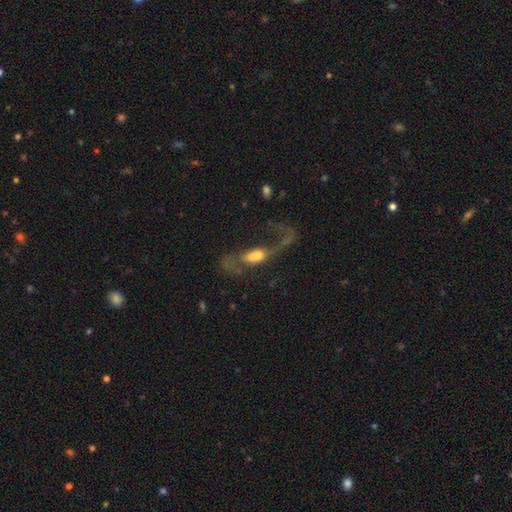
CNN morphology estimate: A featured or disk galaxy (69%) with no bar (43%), spiral arms (78%) and a moderate central bulge (42%). Merging: major disturbance (42%).